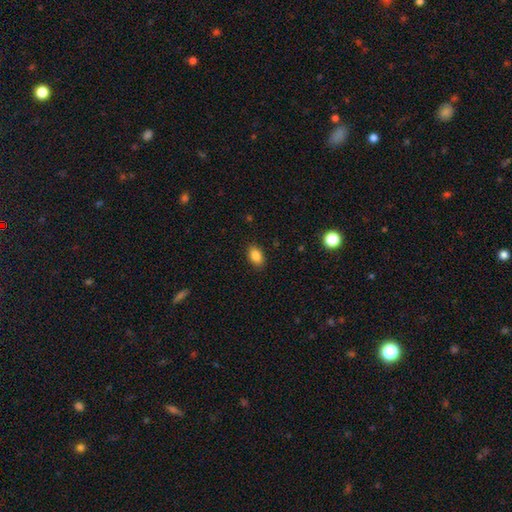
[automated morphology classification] This appears to be a smooth galaxy with no disk features (87%) that is in between round and cigar-shaped (86%). Merging: none (88%).